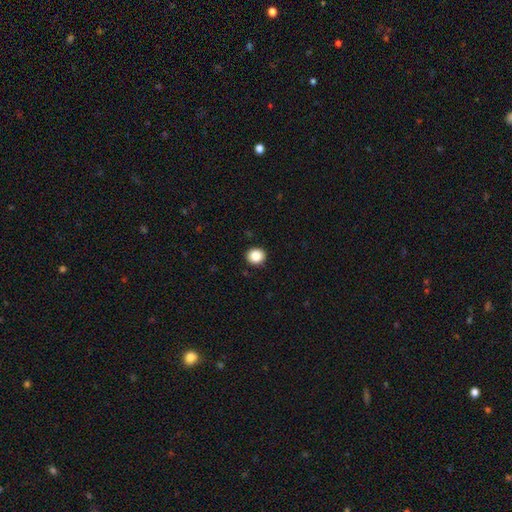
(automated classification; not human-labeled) smooth-or-featured: smooth: 87% | star or artifact: 9% | featured or disk: 4%
  how-rounded: round: 84% | in between: 15% | cigar-shaped: 1%
  merging: none: 92% | minor disturbance: 5% | major disturbance: 2% | merger: 1%